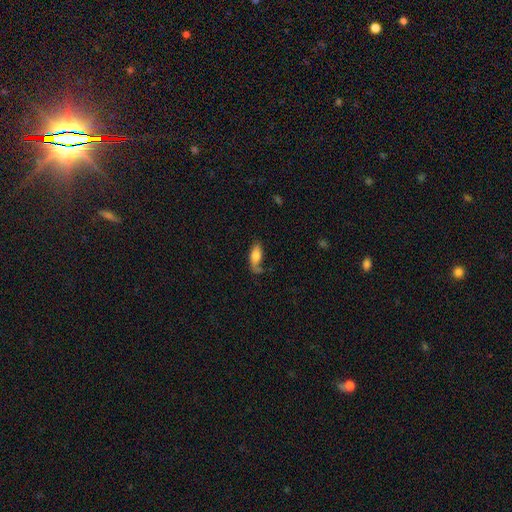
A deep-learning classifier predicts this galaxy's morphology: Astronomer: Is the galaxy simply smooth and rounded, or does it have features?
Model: smooth — 70%.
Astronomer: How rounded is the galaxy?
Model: in between — 80%.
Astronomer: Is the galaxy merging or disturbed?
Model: none — 50% (runner-up: minor disturbance, 27%).